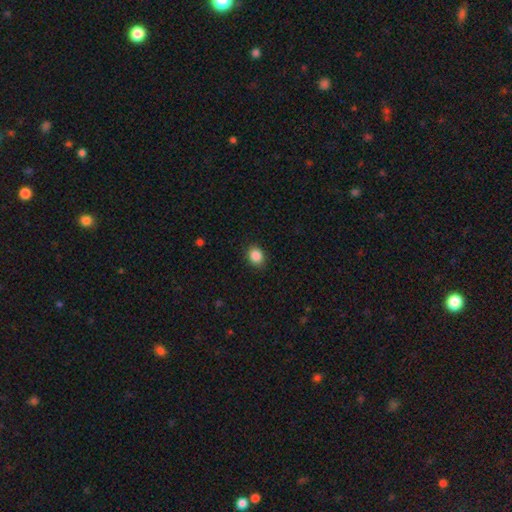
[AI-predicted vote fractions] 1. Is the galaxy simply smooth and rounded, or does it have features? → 88% smooth, 9% star or artifact, 3% featured or disk.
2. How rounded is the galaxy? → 50% in between, 49% round, 1% cigar-shaped.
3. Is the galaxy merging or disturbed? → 89% none, 8% minor disturbance, 2% major disturbance, 1% merger.